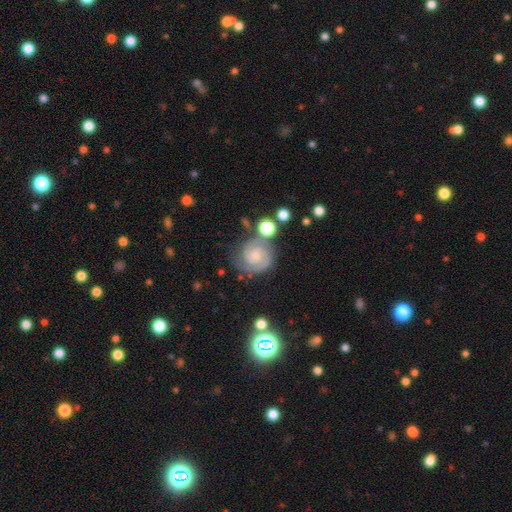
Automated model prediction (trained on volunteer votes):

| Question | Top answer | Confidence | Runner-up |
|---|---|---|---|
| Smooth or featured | featured or disk | 85% | smooth (9%) |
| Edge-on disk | no | 98% | yes (2%) |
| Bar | no | 61% | weak (31%) |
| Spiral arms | yes | 98% | no (2%) |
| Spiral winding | tight | 67% | medium (29%) |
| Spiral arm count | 2 | 84% | 3 (7%) |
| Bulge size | small | 51% | moderate (26%) |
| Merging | none | 71% | minor disturbance (15%) |